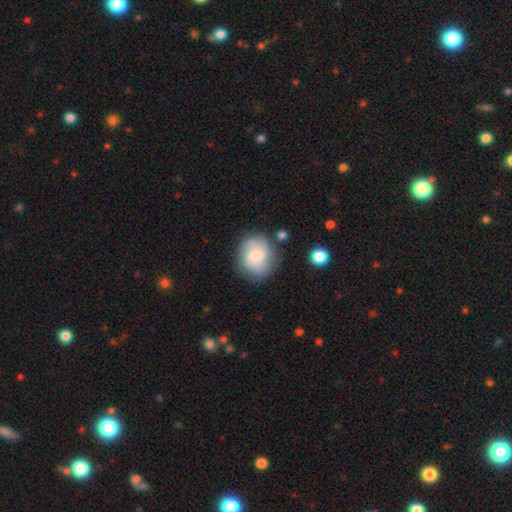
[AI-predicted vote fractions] Morphology: type=featured or disk (47%); merging=none (68%).